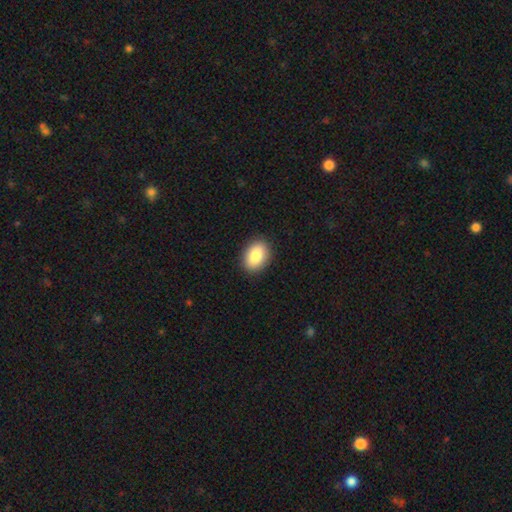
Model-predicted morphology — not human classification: A smooth galaxy with no disk features (86%) that is in between round and cigar-shaped (80%). Merging: none (90%).